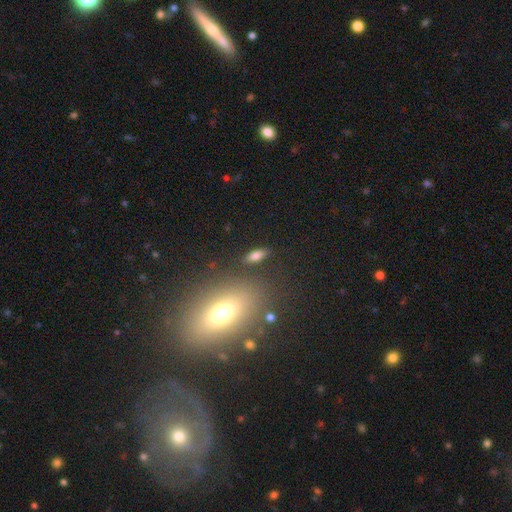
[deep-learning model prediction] The model was most divided on "how rounded": in between: 74%, cigar-shaped: 21%, round: 5%. More confident: merging — none (83%); smooth or featured — smooth (75%).